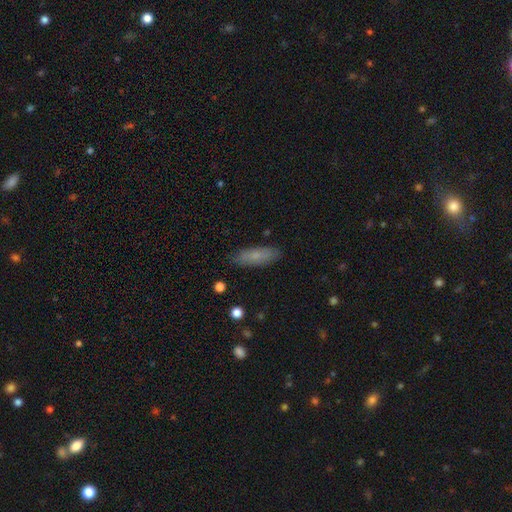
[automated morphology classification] Smooth or featured?
  - smooth: 77% *
  - featured or disk: 16%
  - star or artifact: 7%
How rounded?
  - in between: 51% *
  - cigar-shaped: 46%
  - round: 2%
Merging?
  - none: 85% *
  - minor disturbance: 11%
  - major disturbance: 2%
  - merger: 1%